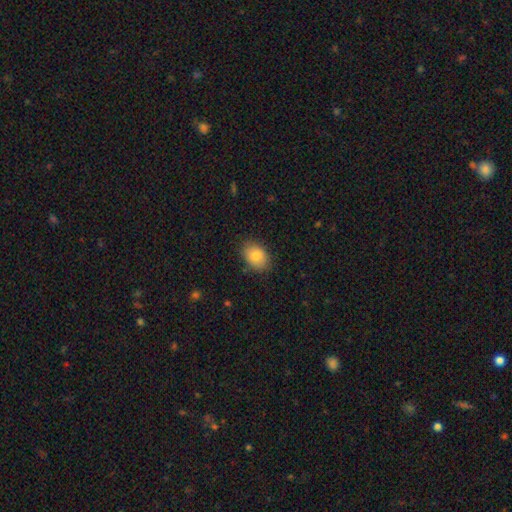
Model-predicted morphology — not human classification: smooth_or_featured: smooth (p=0.83) [alt: featured or disk p=0.09]
how_rounded: in between (p=0.76) [alt: round p=0.23]
merging: none (p=0.84) [alt: minor disturbance p=0.12]